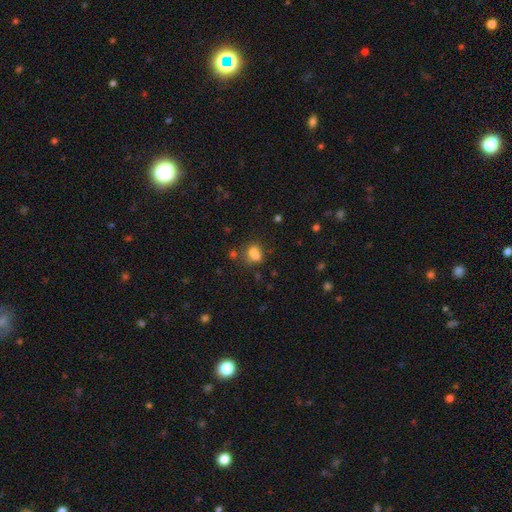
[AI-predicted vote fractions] A smooth galaxy with no disk features (73%) that is in between round and cigar-shaped (66%).

Vote fractions:
- Smooth or featured? smooth: 73% / star or artifact: 15% / featured or disk: 13%
- How rounded? in between: 66% / round: 30% / cigar-shaped: 3%
- Merging? none: 44% / merger: 27% / minor disturbance: 19% / major disturbance: 10%